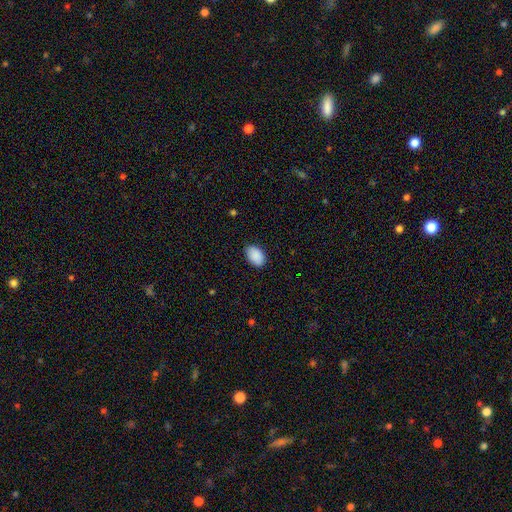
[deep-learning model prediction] Smooth or featured?
  - smooth: 91% *
  - star or artifact: 7%
  - featured or disk: 3%
How rounded?
  - in between: 89% *
  - round: 10%
  - cigar-shaped: 1%
Merging?
  - none: 85% *
  - minor disturbance: 12%
  - major disturbance: 2%
  - merger: 1%